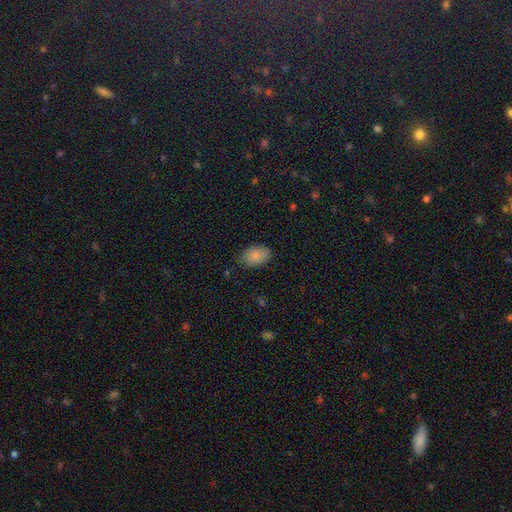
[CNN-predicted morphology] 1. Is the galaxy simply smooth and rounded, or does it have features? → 88% smooth, 7% star or artifact, 5% featured or disk.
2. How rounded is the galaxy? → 89% in between, 10% round, 1% cigar-shaped.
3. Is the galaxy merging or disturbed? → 80% none, 16% minor disturbance, 3% major disturbance, 1% merger.